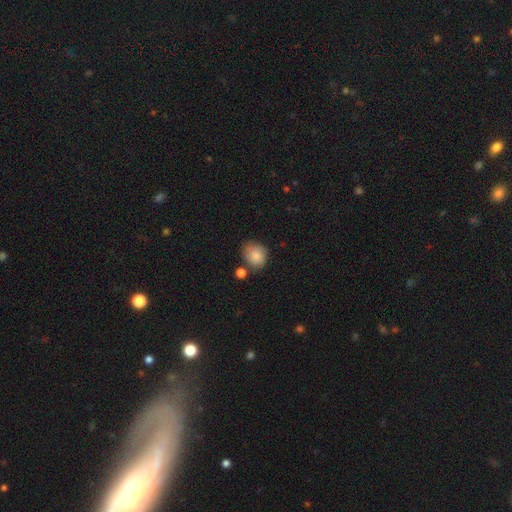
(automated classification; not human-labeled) This is clearly a smooth galaxy (83%). How rounded: likely round (60%). Merging: likely none (62%).